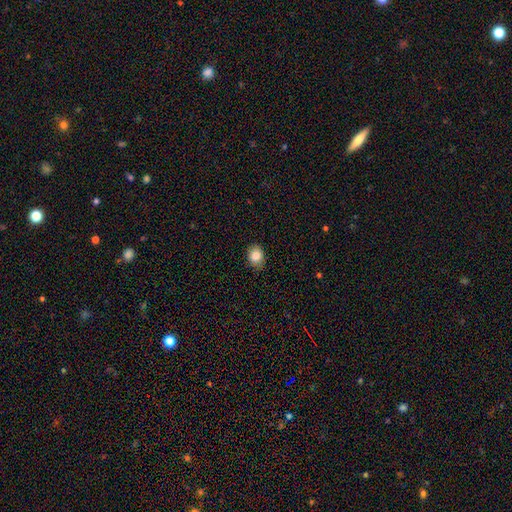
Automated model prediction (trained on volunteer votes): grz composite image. It shows a smooth galaxy with no disk features (84%) that is in between round and cigar-shaped (58%). Merging: none (85%).